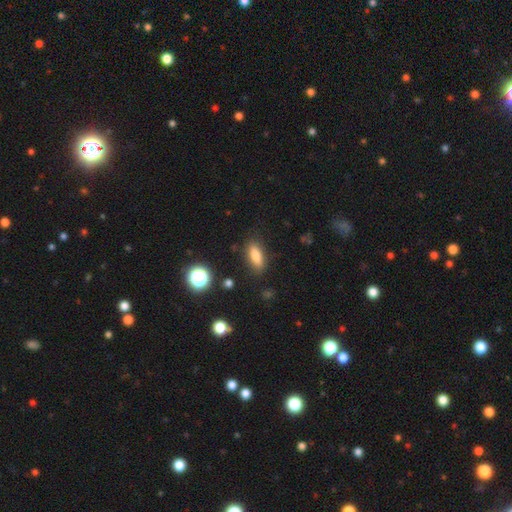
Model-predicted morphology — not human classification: A smooth galaxy with no disk features (79%) that is in between round and cigar-shaped (67%).

Vote fractions:
- Smooth or featured? smooth: 79% / featured or disk: 11% / star or artifact: 10%
- How rounded? in between: 67% / cigar-shaped: 28% / round: 4%
- Merging? none: 85% / minor disturbance: 10% / major disturbance: 3% / merger: 2%